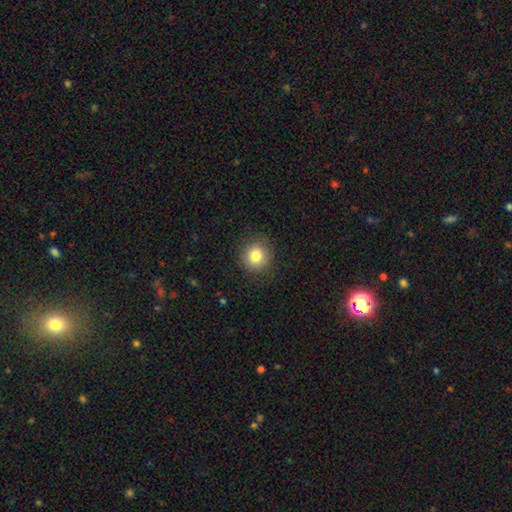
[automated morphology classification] Smooth or featured: smooth — 81% (star or artifact — 10%)
How rounded: round — 90% (in between — 9%)
Merging: none — 88% (minor disturbance — 8%)